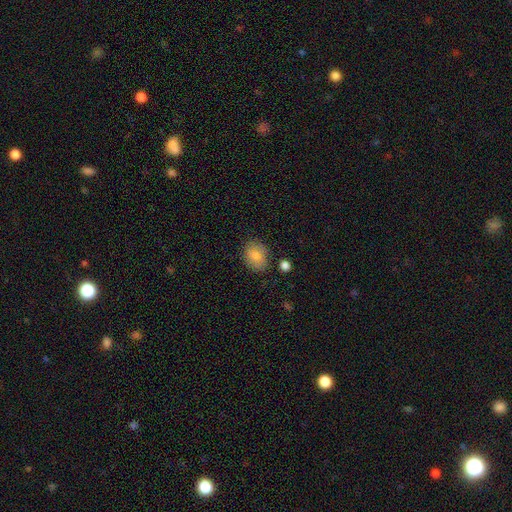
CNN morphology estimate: Smooth or featured?
  - smooth: 83% *
  - featured or disk: 9%
  - star or artifact: 8%
How rounded?
  - in between: 61% *
  - round: 38%
  - cigar-shaped: 1%
Merging?
  - none: 77% *
  - minor disturbance: 16%
  - major disturbance: 4%
  - merger: 4%